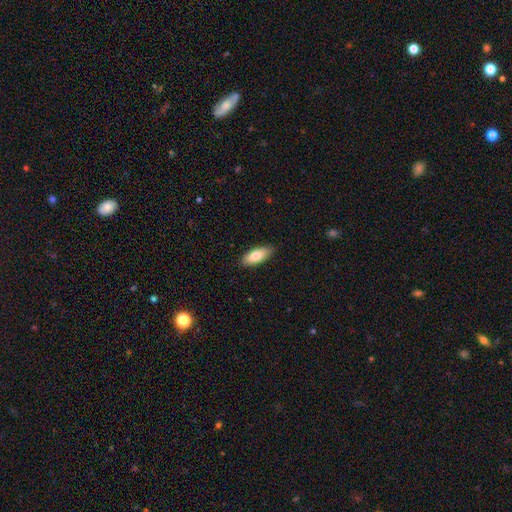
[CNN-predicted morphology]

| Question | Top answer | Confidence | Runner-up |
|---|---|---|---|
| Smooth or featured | smooth | 79% | featured or disk (15%) |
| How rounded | in between | 79% | cigar-shaped (19%) |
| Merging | none | 86% | minor disturbance (11%) |